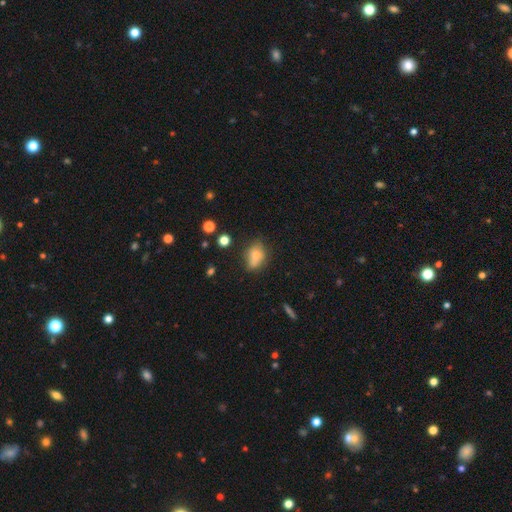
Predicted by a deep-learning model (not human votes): smooth 72%, featured or disk 17%, star or artifact 11%. Down the decision tree: how rounded — in between (71%); merging — none (57%).